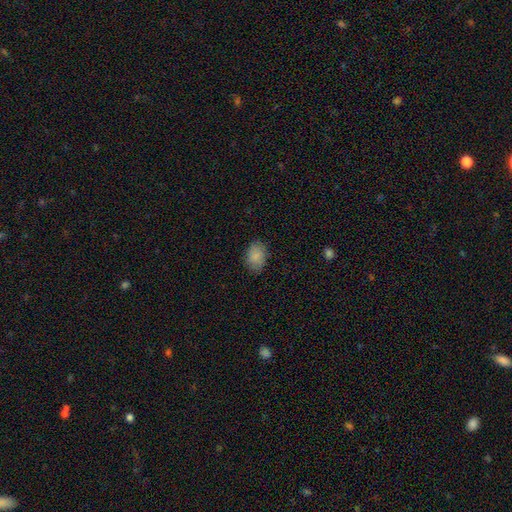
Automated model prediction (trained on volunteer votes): This appears to be a smooth galaxy with no disk features (86%) that is in between round and cigar-shaped (84%). Merging: none (82%).